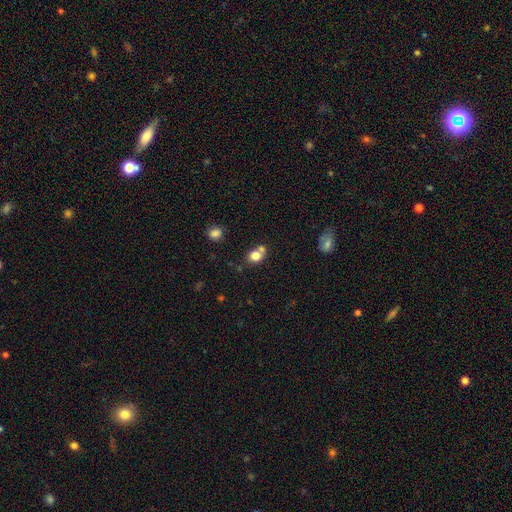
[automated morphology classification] Smooth or featured? smooth (79%)
How rounded? round (64%)
Merging? none (52%)